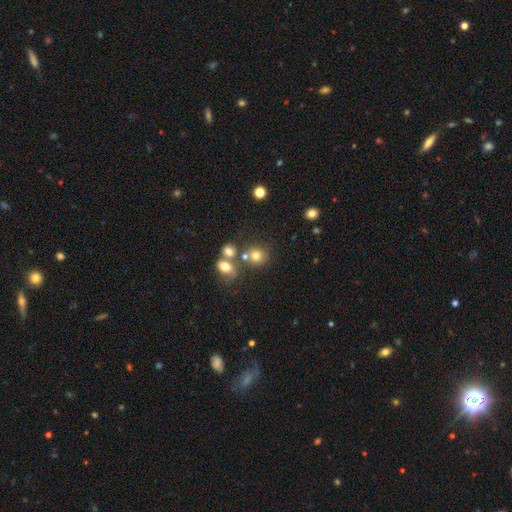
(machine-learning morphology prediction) smooth 74%, star or artifact 15%, featured or disk 11%. Down the decision tree: how rounded — round (79%); merging — none (58%).